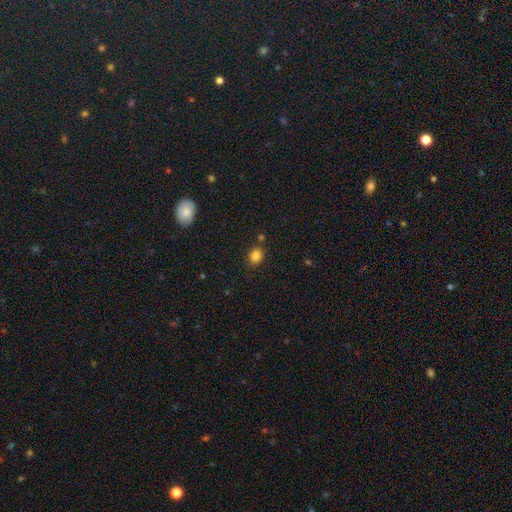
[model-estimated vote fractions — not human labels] This is clearly a smooth galaxy (83%). How rounded: possibly round (57%). Merging: likely none (78%).